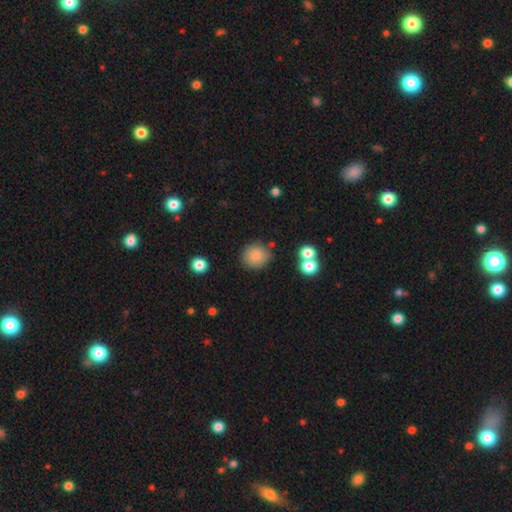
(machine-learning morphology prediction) type=smooth (83%); roundness=round (87%); merging=none (80%).